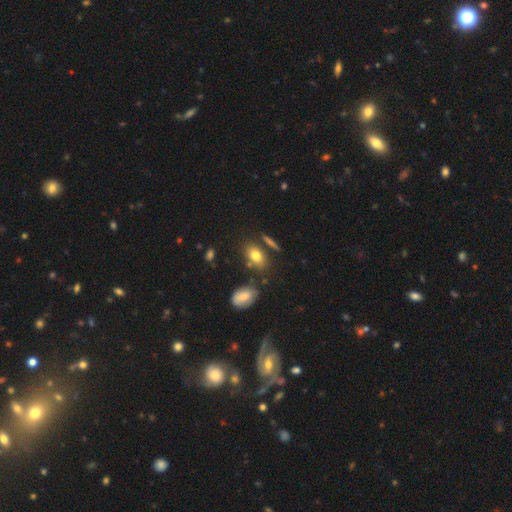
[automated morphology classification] Smooth or featured?
  - smooth: 76% *
  - featured or disk: 14%
  - star or artifact: 10%
How rounded?
  - in between: 82% *
  - round: 13%
  - cigar-shaped: 6%
Merging?
  - none: 71% *
  - minor disturbance: 15%
  - merger: 10%
  - major disturbance: 5%